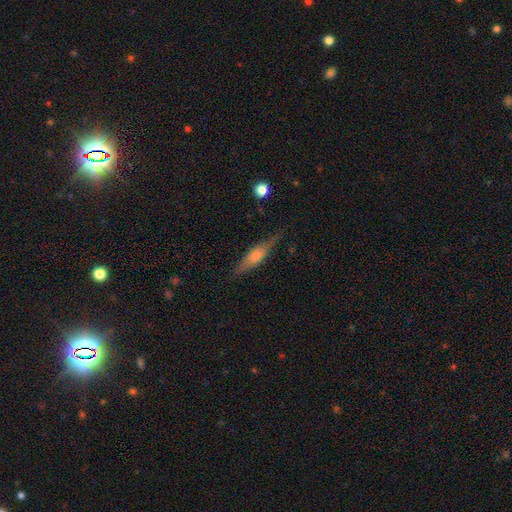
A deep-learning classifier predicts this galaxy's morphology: Smooth or featured? Predicted: featured or disk (p=0.56). Edge-on disk? Predicted: yes (p=0.93). Edge-on bulge? Predicted: rounded (p=0.72). Merging? Predicted: none (p=0.79).